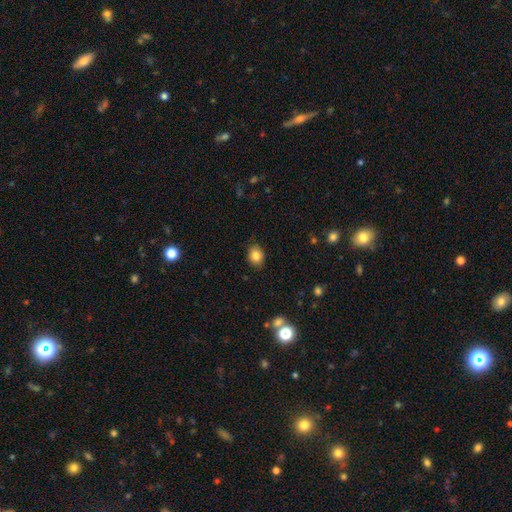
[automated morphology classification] type=smooth (84%); roundness=in between (52%); merging=none (85%).